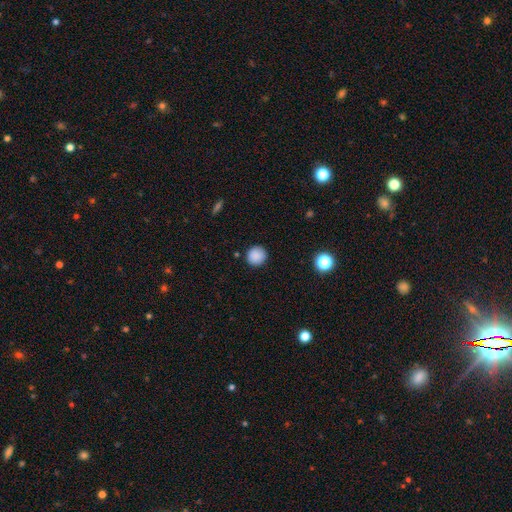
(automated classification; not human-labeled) Morphology: type=smooth (87%); roundness=round (94%); merging=none (90%).